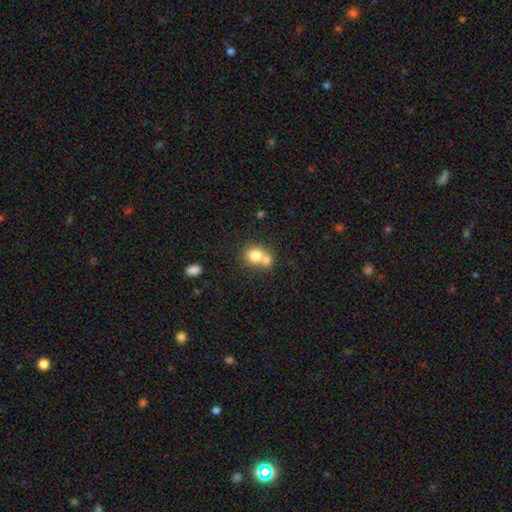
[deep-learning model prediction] This is likely a smooth galaxy (77%). How rounded: likely round (67%). Merging: possibly merger (58%).